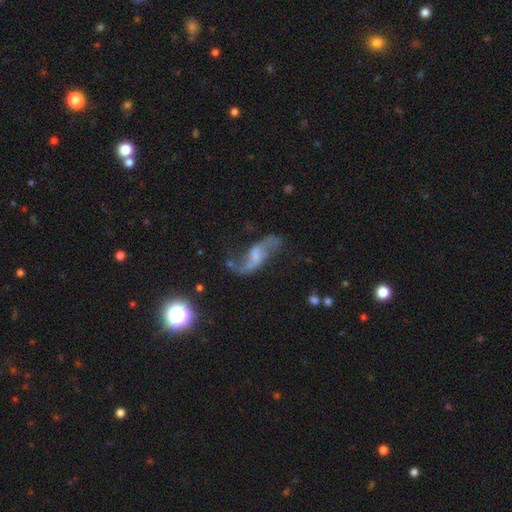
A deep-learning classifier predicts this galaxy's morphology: A featured or disk galaxy (82%) with a weak bar (46%), 2 (92%) loose (88%) spiral arms (93%) and no central bulge (43%).

Vote fractions:
- Smooth or featured? featured or disk: 82% / smooth: 10% / star or artifact: 8%
- Edge-on disk? no: 94% / yes: 6%
- Bar? weak: 46% / no: 35% / strong: 18%
- Spiral arms? yes: 93% / no: 7%
- Spiral winding? loose: 88% / medium: 9% / tight: 2%
- Spiral arm count? 2: 92% / 1: 3% / can't tell: 2% / 3: 1% / 4: 1% / more than 4: 1%
- Bulge size? none: 43% / small: 33% / moderate: 18% / large: 4% / dominant: 1%
- Merging? none: 64% / minor disturbance: 18% / major disturbance: 14% / merger: 5%